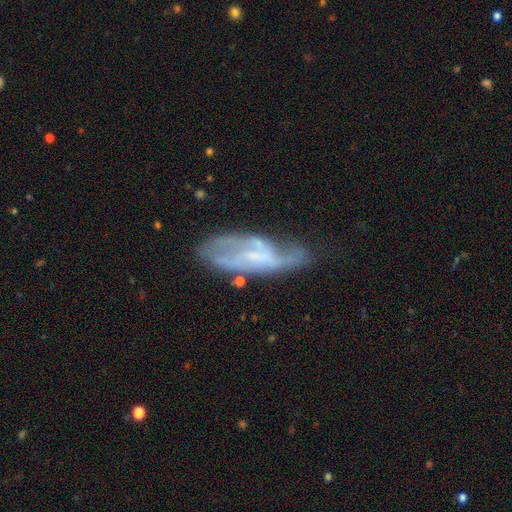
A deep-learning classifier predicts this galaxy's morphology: Smooth or featured? featured or disk (73%)
Edge-on disk? no (87%)
Bar? no (42%)
Spiral arms? yes (80%)
Spiral winding? medium (42%)
Spiral arm count? 2 (48%)
Bulge size? small (49%)
Merging? none (47%)